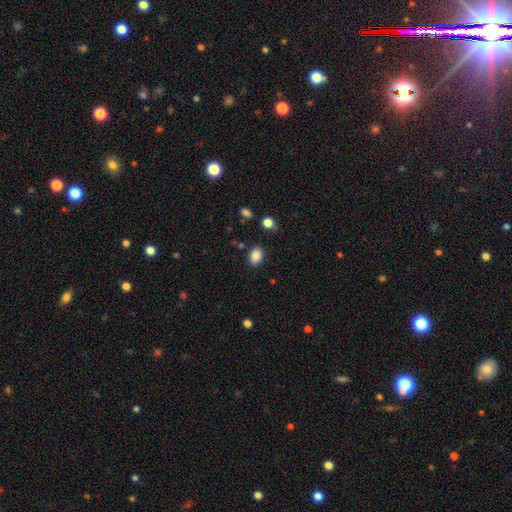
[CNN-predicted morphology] type=smooth (87%); roundness=in between (79%); merging=none (84%).